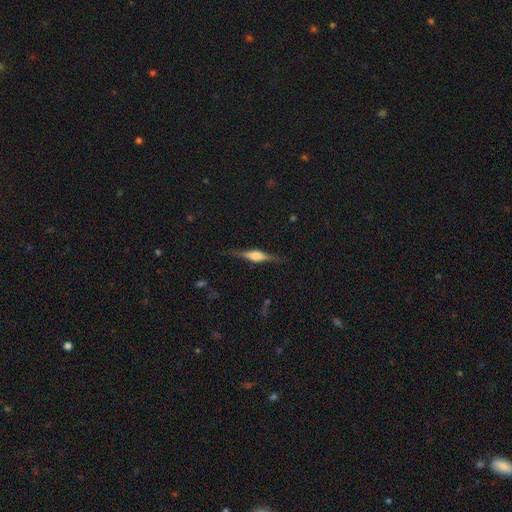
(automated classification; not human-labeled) Smooth or featured? Predicted: featured or disk (p=0.69). Edge-on disk? Predicted: yes (p=0.97). Edge-on bulge? Predicted: rounded (p=0.78). Merging? Predicted: none (p=0.85).